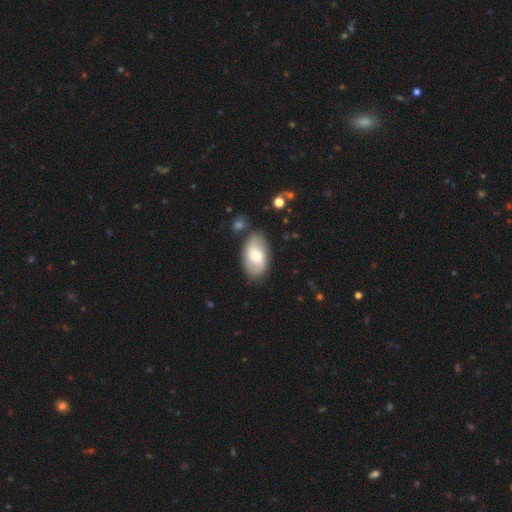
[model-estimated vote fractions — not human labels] Q: Smooth or featured?
A: smooth (56%); runner-up: featured or disk (37%)
Q: How rounded?
A: in between (93%); runner-up: round (5%)
Q: Merging?
A: none (75%); runner-up: minor disturbance (16%)